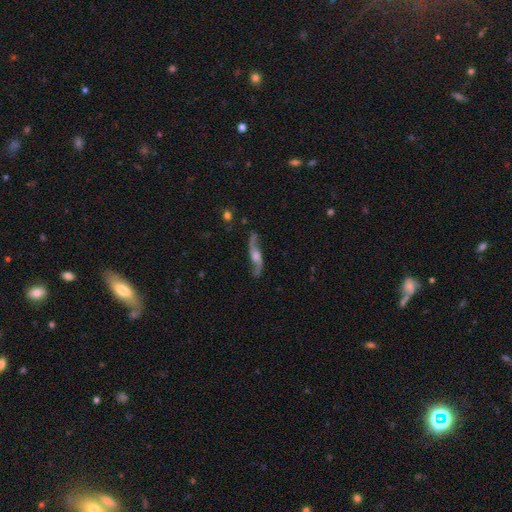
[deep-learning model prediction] Q: Smooth or featured?
A: featured or disk (85%); runner-up: smooth (9%)
Q: Edge-on disk?
A: no (74%); runner-up: yes (26%)
Q: Bar?
A: no (56%); runner-up: weak (33%)
Q: Spiral arms?
A: yes (96%); runner-up: no (4%)
Q: Spiral winding?
A: loose (79%); runner-up: medium (17%)
Q: Spiral arm count?
A: 2 (93%); runner-up: can't tell (2%)
Q: Bulge size?
A: moderate (51%); runner-up: large (22%)
Q: Merging?
A: none (81%); runner-up: minor disturbance (13%)